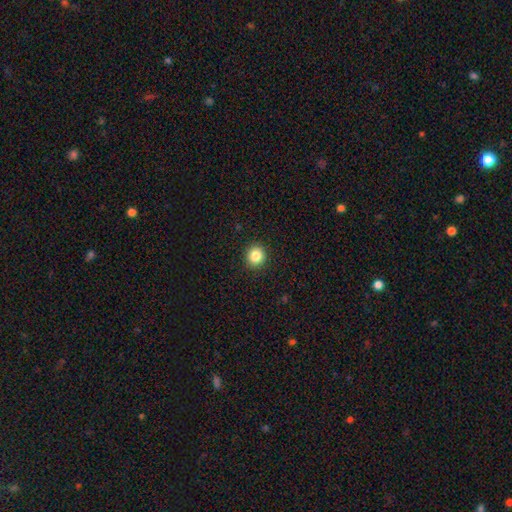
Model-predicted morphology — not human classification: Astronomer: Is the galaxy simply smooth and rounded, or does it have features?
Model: smooth — 84%.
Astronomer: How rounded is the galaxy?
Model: round — 90%.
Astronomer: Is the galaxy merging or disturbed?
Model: none — 92%.